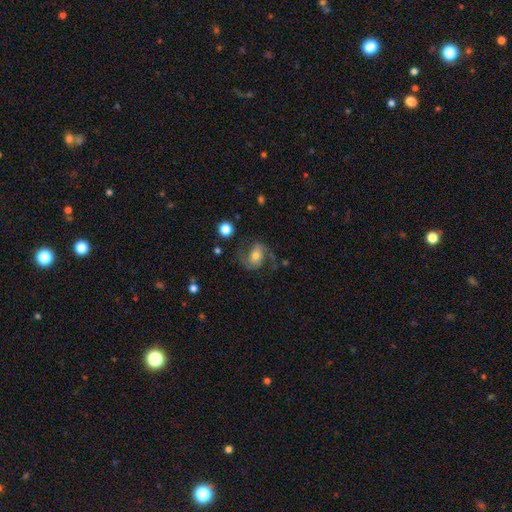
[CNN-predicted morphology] smooth-or-featured: featured or disk: 77% | smooth: 15% | star or artifact: 7%
  disk-edge-on: no: 97% | yes: 3%
    bar: no: 41% | weak: 38% | strong: 22%
    has-spiral-arms: yes: 94% | no: 6%
      spiral-winding: medium: 51% | loose: 34% | tight: 15%
      spiral-arm-count: 2: 91% | can't tell: 3% | 1: 3% | 3: 1% | 4: 1% | more than 4: 1%
    bulge-size: moderate: 61% | small: 29% | large: 7% | none: 2% | dominant: 1%
  merging: none: 69% | minor disturbance: 16% | major disturbance: 13% | merger: 2%